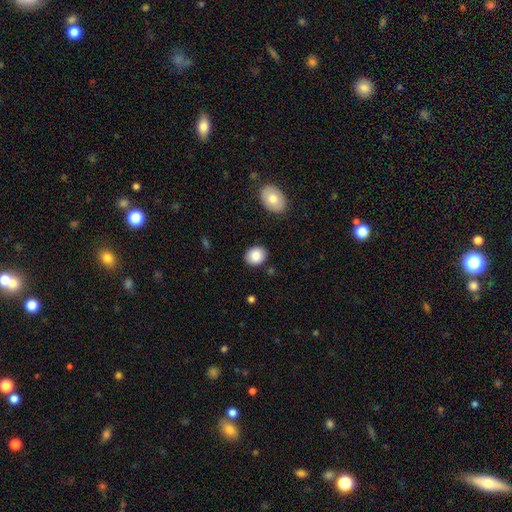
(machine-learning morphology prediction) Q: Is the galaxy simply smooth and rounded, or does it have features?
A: smooth — 86%.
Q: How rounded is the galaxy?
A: round — 51%.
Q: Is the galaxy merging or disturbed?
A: none — 86%.